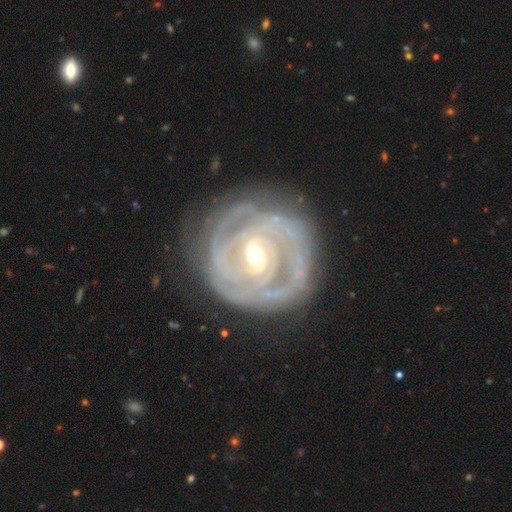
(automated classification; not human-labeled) Overall: featured or disk (86%). Edge-on disk: no (96%). Bar: weak (45%; strong 33%). Spiral arms: yes (90%). Spiral arm count: can't tell (33%; 2 28%). Spiral winding: tight (76%). Bulge size: moderate (55%; small 40%). Merging: none (73%).